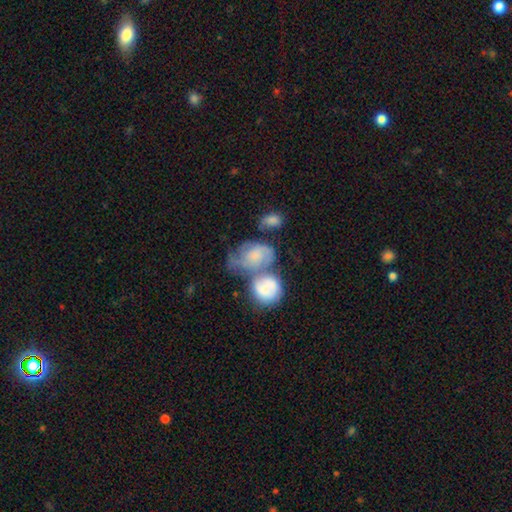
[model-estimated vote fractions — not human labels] A featured or disk galaxy (51%). Merging: merger (50%).